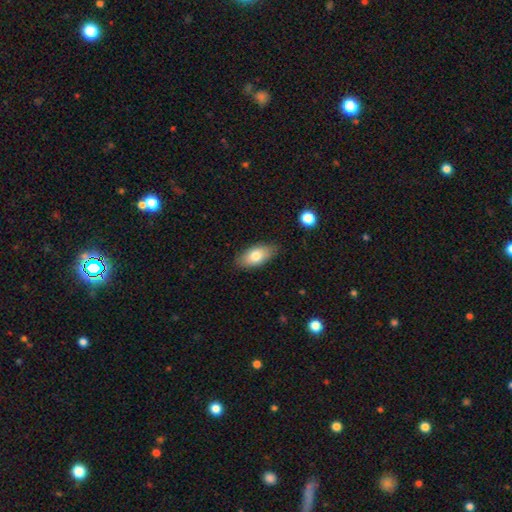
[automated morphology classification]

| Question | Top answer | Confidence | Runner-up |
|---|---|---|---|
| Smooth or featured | smooth | 77% | featured or disk (17%) |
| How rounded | in between | 90% | cigar-shaped (7%) |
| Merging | none | 83% | minor disturbance (13%) |